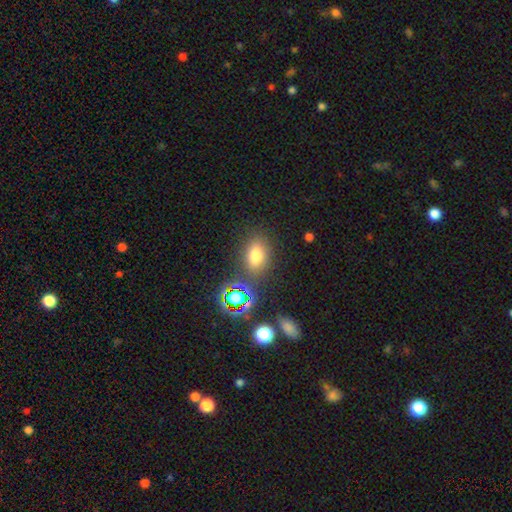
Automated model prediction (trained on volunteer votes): Smooth or featured? smooth (71%)
How rounded? in between (76%)
Merging? none (77%)